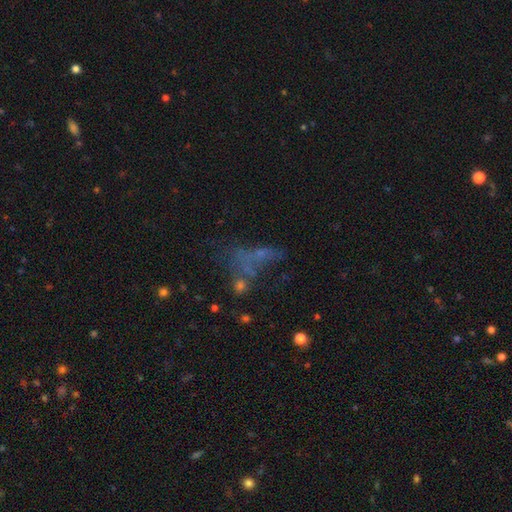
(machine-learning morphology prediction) type=featured or disk (34%, tied with star or artifact); merging=major disturbance (34%).